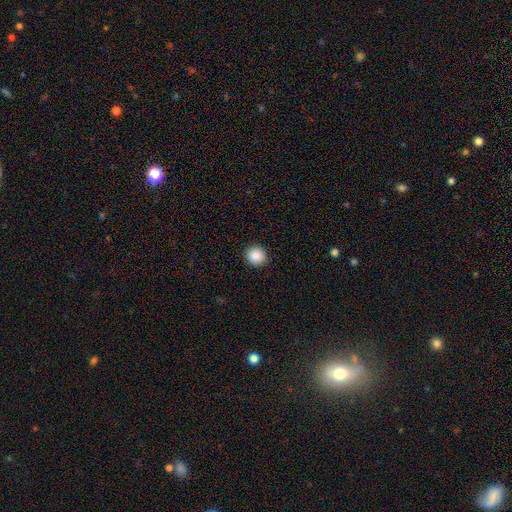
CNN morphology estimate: type=smooth (89%); roundness=round (94%); merging=none (93%).